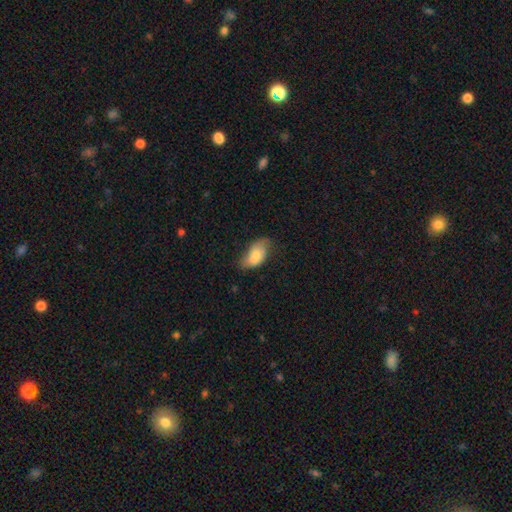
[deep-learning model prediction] smooth-or-featured: smooth: 71% | featured or disk: 22% | star or artifact: 7%
  how-rounded: in between: 93% | round: 4% | cigar-shaped: 3%
  merging: none: 48% | minor disturbance: 37% | major disturbance: 12% | merger: 3%